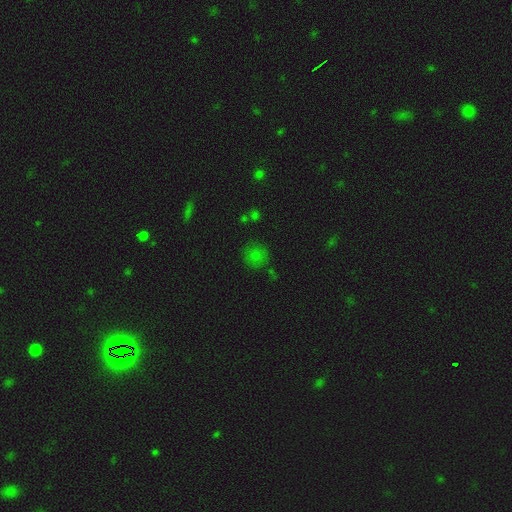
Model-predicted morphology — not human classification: This appears to be a smooth galaxy with no disk features (71%) that is round (89%). Merging: none (75%).